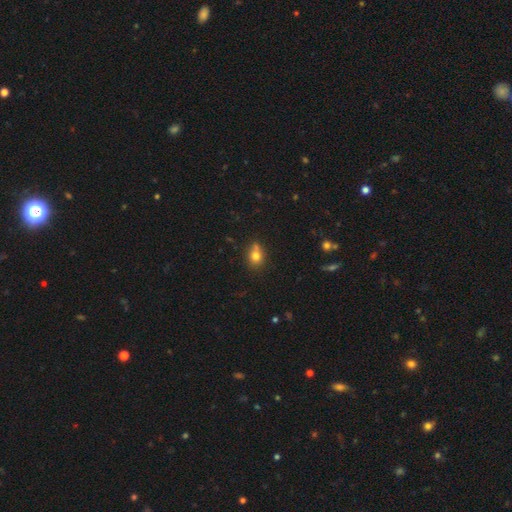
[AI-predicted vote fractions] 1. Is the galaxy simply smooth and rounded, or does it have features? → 76% smooth, 12% star or artifact, 11% featured or disk.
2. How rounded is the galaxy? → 53% round, 45% in between, 2% cigar-shaped.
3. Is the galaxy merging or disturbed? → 55% none, 22% minor disturbance, 16% merger, 6% major disturbance.